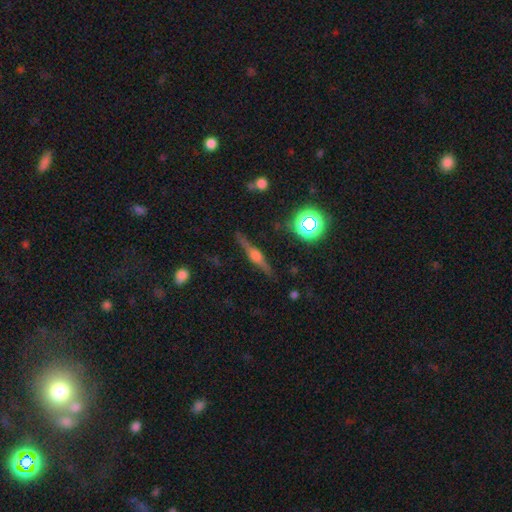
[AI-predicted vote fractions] This appears to be a featured or disk galaxy (70%) viewed edge-on (97%) with a rounded central bulge (84%). Merging: none (85%).